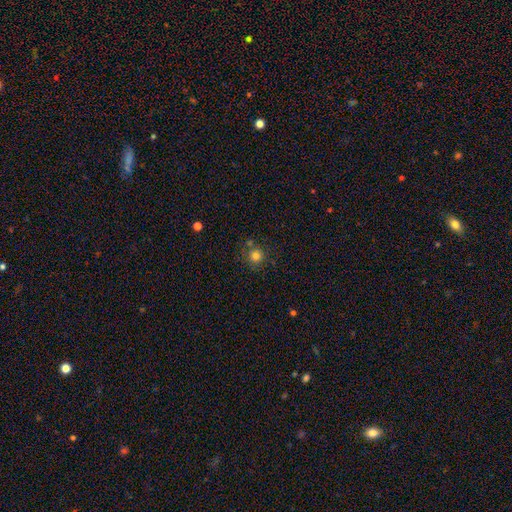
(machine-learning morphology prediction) smooth_or_featured: smooth (p=0.80) [alt: star or artifact p=0.13]
how_rounded: round (p=0.92) [alt: in between p=0.07]
merging: none (p=0.74) [alt: minor disturbance p=0.12]